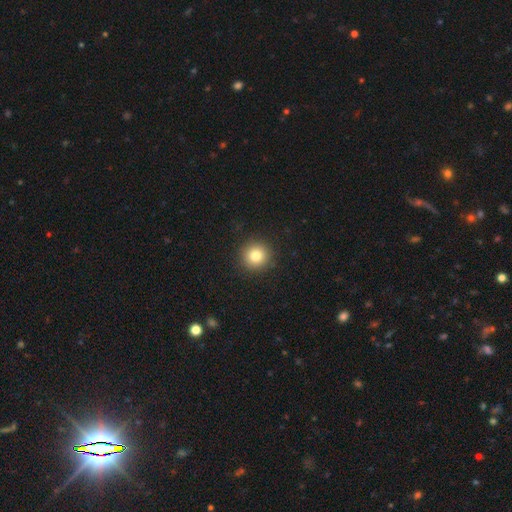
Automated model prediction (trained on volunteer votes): This is clearly a smooth galaxy (81%). How rounded: clearly round (94%). Merging: clearly none (92%).